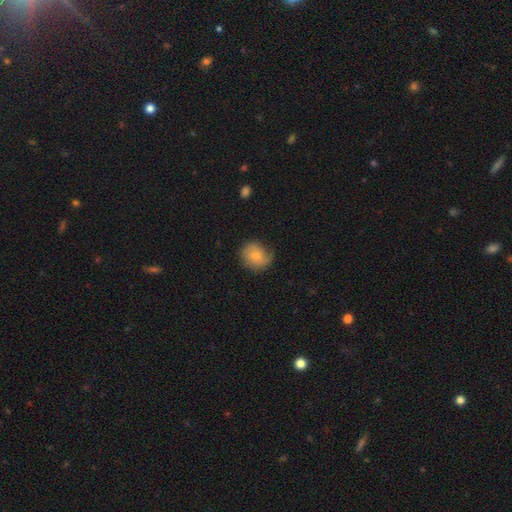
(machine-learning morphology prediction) smooth-or-featured: smooth: 66% | featured or disk: 27% | star or artifact: 7%
  how-rounded: round: 70% | in between: 29% | cigar-shaped: 1%
  merging: none: 59% | minor disturbance: 29% | major disturbance: 10% | merger: 2%